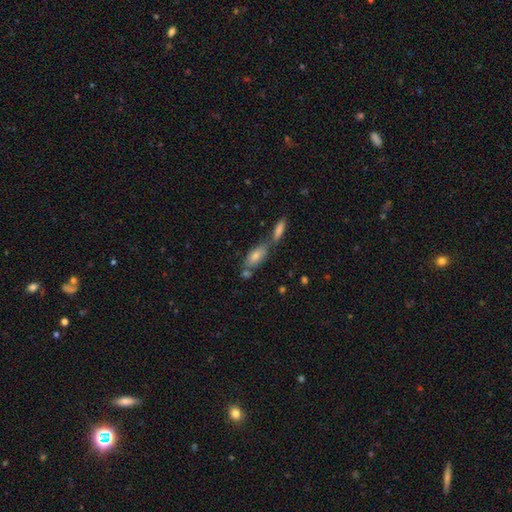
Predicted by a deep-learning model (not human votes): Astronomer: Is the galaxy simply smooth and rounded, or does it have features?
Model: smooth — 62%.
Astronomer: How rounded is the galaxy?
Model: in between — 71%.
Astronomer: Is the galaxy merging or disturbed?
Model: merger — 43% (runner-up: none, 42%).